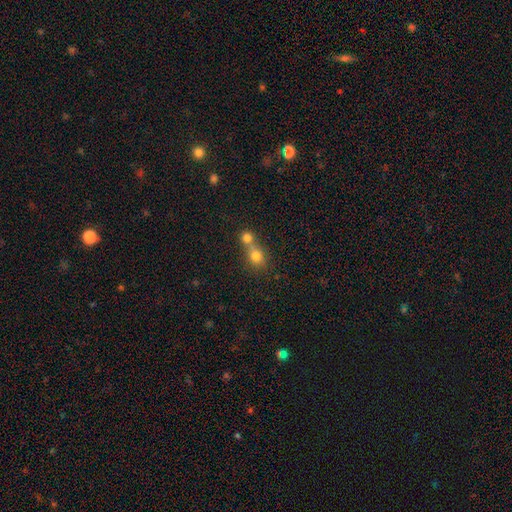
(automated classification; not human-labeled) Smooth or featured? smooth (77%)
How rounded? round (74%)
Merging? merger (61%)